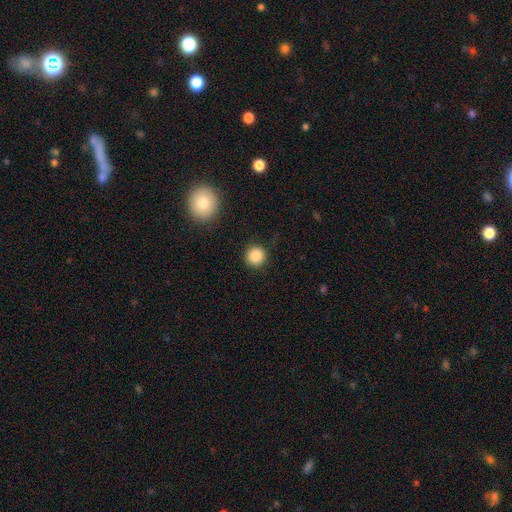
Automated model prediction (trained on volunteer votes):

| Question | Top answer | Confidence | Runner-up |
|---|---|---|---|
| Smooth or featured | smooth | 87% | star or artifact (10%) |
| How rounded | round | 95% | in between (4%) |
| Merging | none | 91% | minor disturbance (6%) |